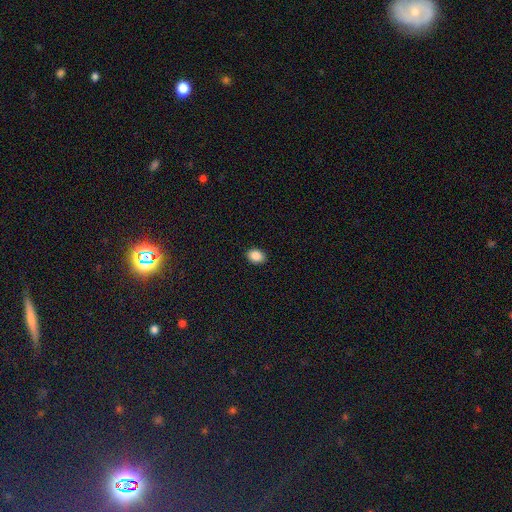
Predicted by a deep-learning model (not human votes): Smooth or featured? Predicted: smooth (p=0.89). How rounded? Predicted: in between (p=0.73). Merging? Predicted: none (p=0.90).